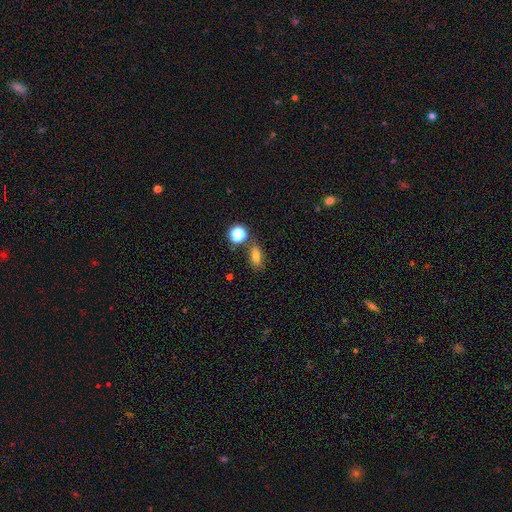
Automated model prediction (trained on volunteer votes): The model was most divided on "how rounded": in between: 74%, round: 18%, cigar-shaped: 9%. More confident: merging — none (74%); smooth or featured — smooth (72%).